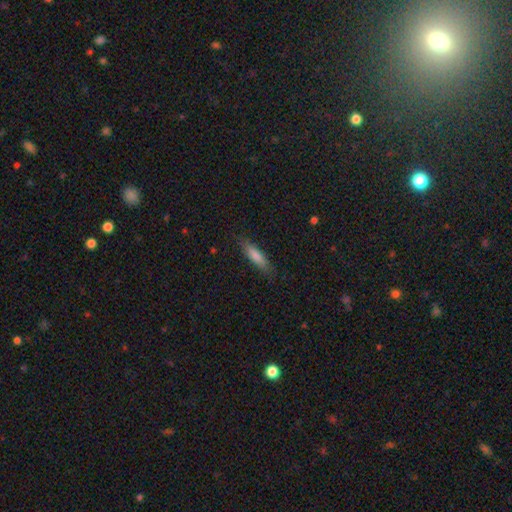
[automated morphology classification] smooth-or-featured: smooth: 80% | featured or disk: 14% | star or artifact: 6%
  how-rounded: cigar-shaped: 69% | in between: 30% | round: 2%
  merging: none: 82% | minor disturbance: 14% | major disturbance: 3% | merger: 1%